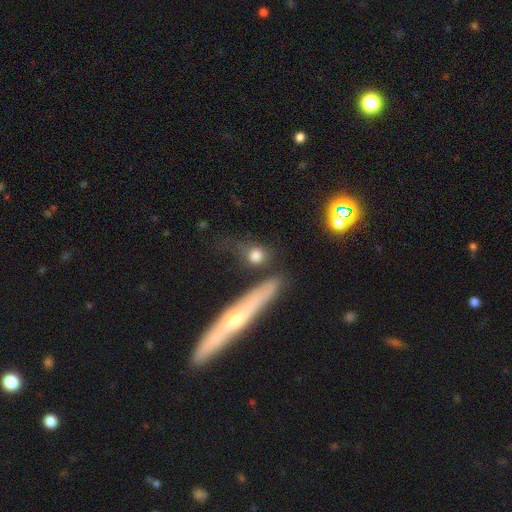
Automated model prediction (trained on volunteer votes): Smooth or featured? smooth (76%)
How rounded? round (67%)
Merging? none (58%)